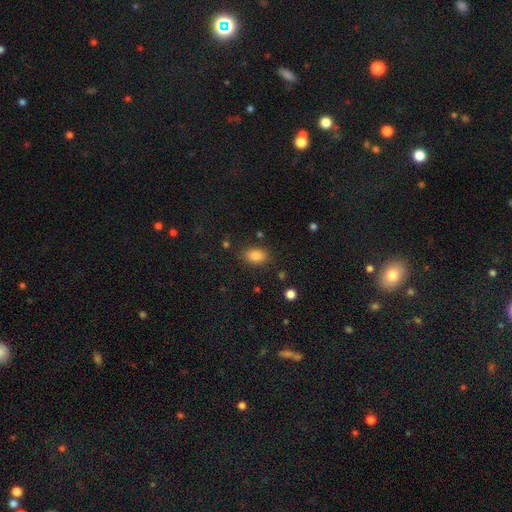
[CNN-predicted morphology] smooth 85%, star or artifact 10%, featured or disk 5%. Down the decision tree: how rounded — in between (84%); merging — none (84%).